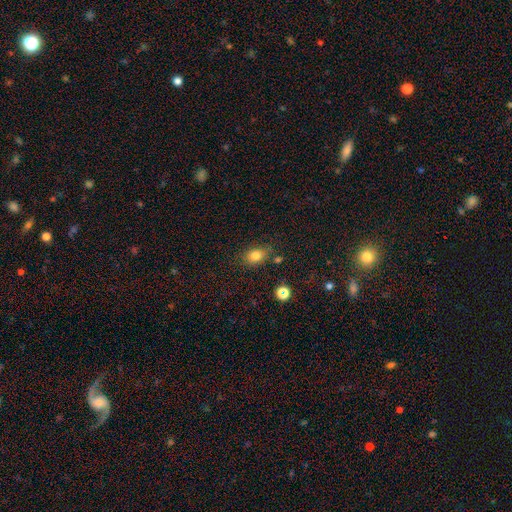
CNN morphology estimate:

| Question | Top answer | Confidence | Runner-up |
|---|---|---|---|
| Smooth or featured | smooth | 79% | star or artifact (13%) |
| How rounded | in between | 63% | round (35%) |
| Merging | none | 74% | minor disturbance (17%) |